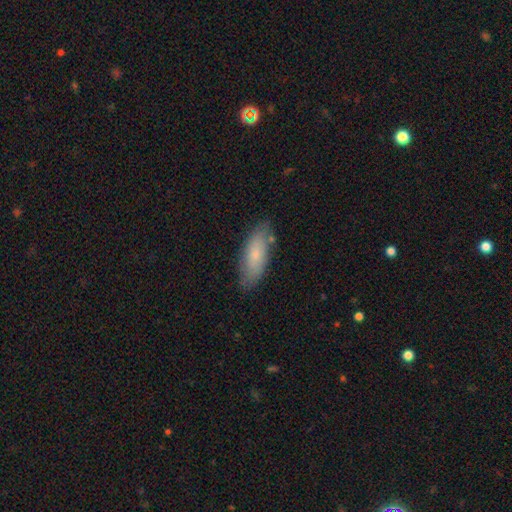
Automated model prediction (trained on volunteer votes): Smooth or featured? smooth (72%)
How rounded? in between (72%)
Merging? none (77%)